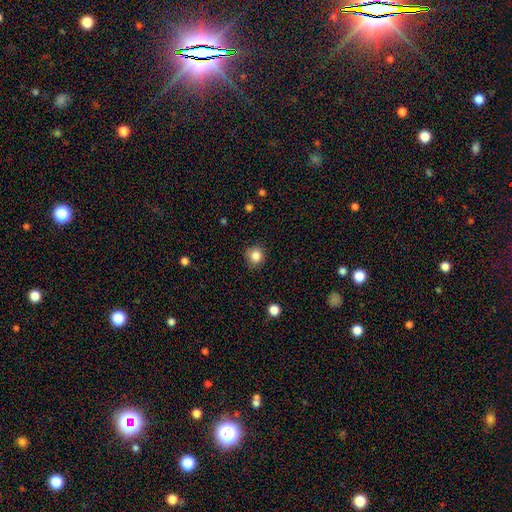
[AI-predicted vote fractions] Overall: smooth (84%). How rounded: round (89%). Merging: none (84%).